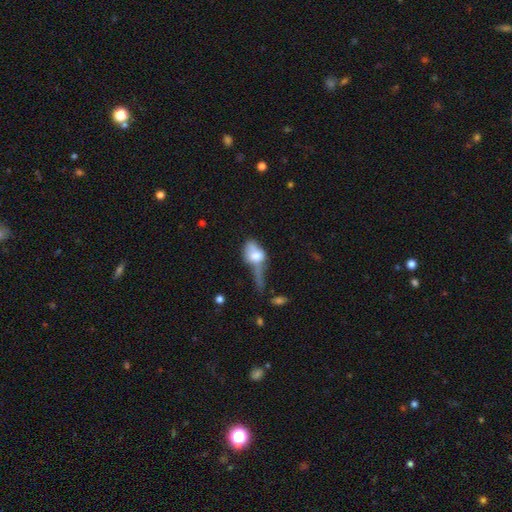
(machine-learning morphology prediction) Smooth or featured? smooth (62%)
How rounded? in between (73%)
Merging? major disturbance (43%)